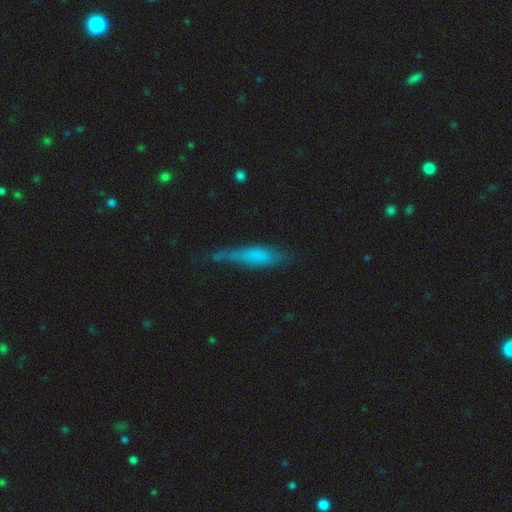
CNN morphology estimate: Smooth or featured?
  - smooth: 62% *
  - featured or disk: 29%
  - star or artifact: 10%
How rounded?
  - cigar-shaped: 75% *
  - in between: 22%
  - round: 2%
Merging?
  - none: 49% *
  - minor disturbance: 33%
  - major disturbance: 14%
  - merger: 4%